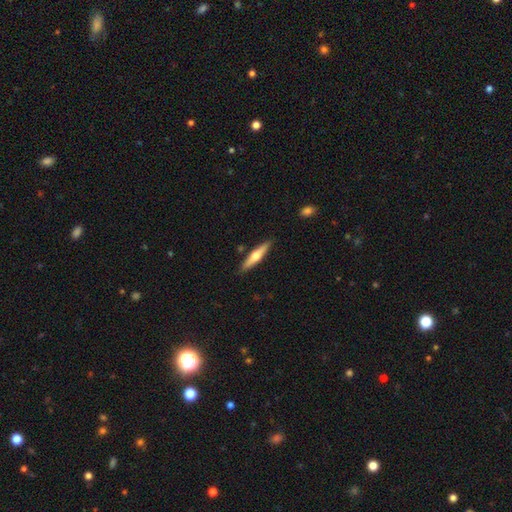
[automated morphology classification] A featured or disk galaxy (48%).

Vote fractions:
- Smooth or featured? featured or disk: 48% / smooth: 47% / star or artifact: 5%
- Merging? none: 88% / minor disturbance: 8% / merger: 2% / major disturbance: 2%